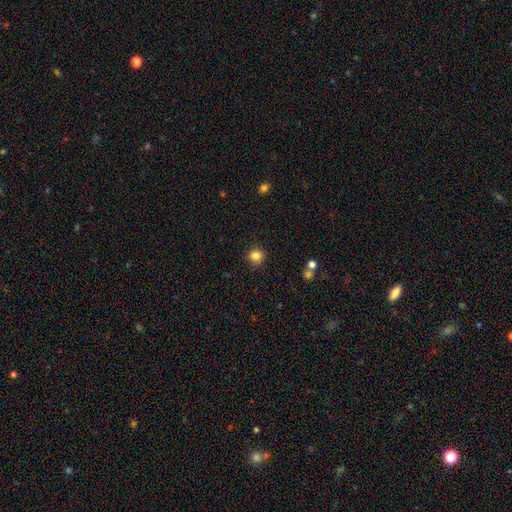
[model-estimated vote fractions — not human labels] Overall: smooth (83%). How rounded: round (93%). Merging: none (91%).